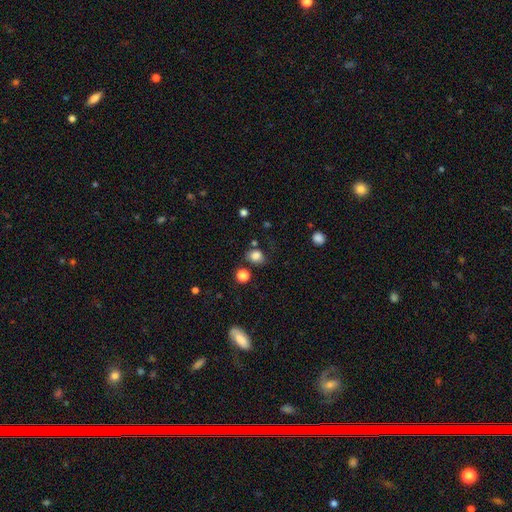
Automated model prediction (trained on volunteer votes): Smooth or featured? smooth (81%)
How rounded? round (63%)
Merging? none (71%)